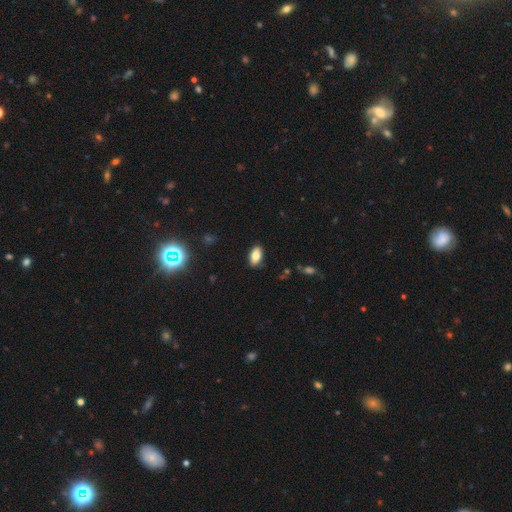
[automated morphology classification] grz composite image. It shows a smooth galaxy with no disk features (80%) that is in between round and cigar-shaped (92%). Merging: none (86%).